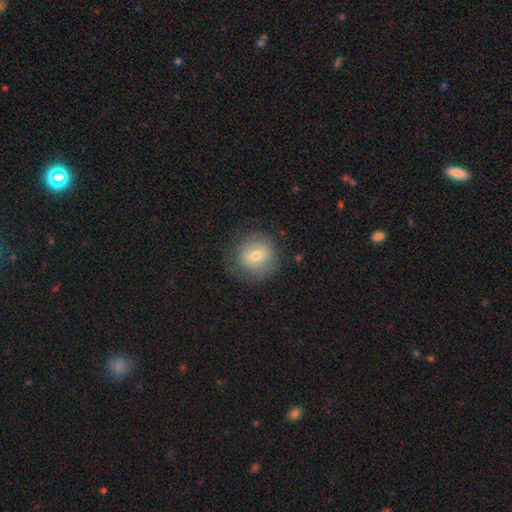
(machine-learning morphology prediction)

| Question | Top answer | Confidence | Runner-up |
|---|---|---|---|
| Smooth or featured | smooth | 65% | featured or disk (25%) |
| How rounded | round | 88% | in between (11%) |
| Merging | none | 77% | minor disturbance (15%) |